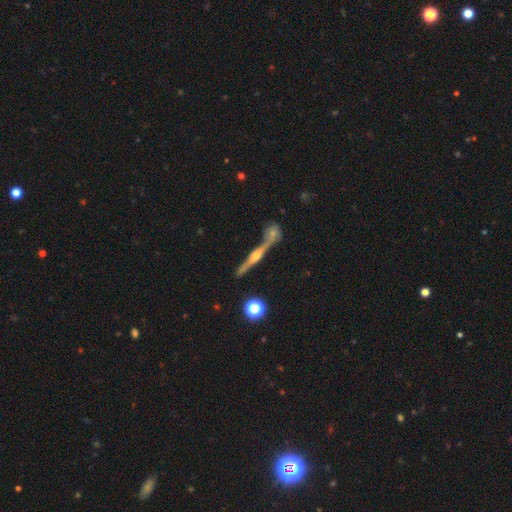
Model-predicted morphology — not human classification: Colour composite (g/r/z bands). It shows a featured or disk galaxy (84%) viewed edge-on (97%) with a rounded central bulge (94%). Merging: none (72%).